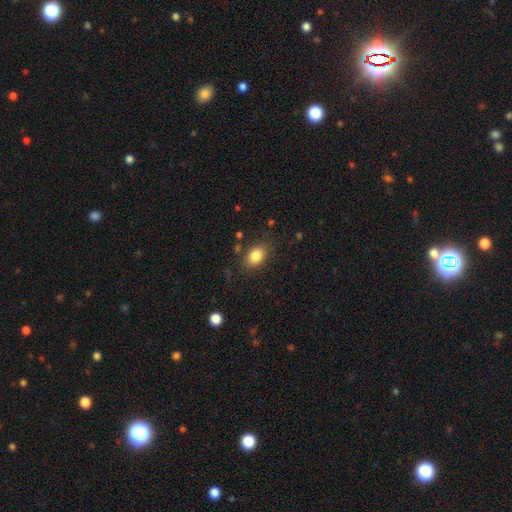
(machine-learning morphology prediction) smooth 83%, star or artifact 9%, featured or disk 8%. Down the decision tree: how rounded — in between (77%); merging — none (80%).